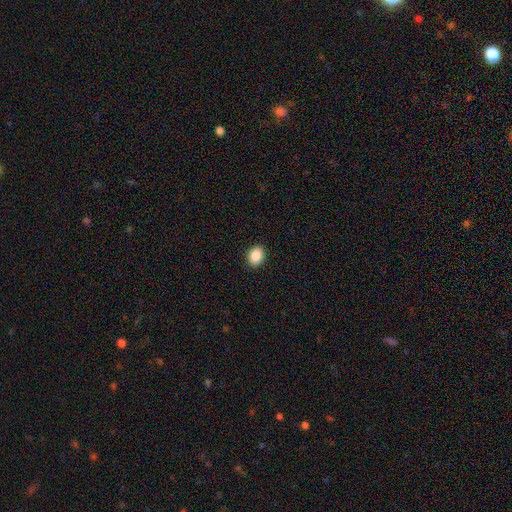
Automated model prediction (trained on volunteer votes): Q: Smooth or featured?
A: smooth (89%); runner-up: star or artifact (8%)
Q: How rounded?
A: in between (66%); runner-up: round (33%)
Q: Merging?
A: none (91%); runner-up: minor disturbance (6%)